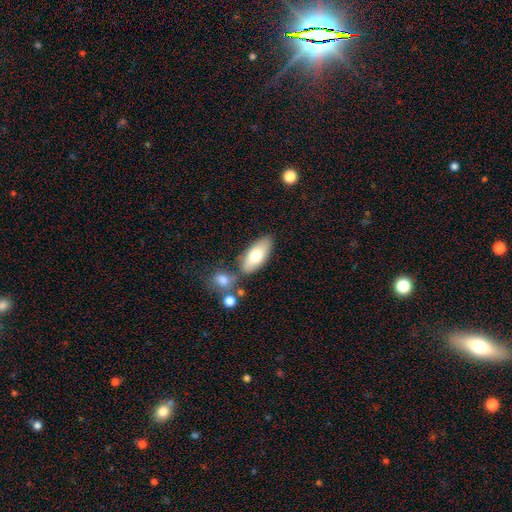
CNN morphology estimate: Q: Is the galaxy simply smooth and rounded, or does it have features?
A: smooth — 71%.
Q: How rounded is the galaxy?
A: in between — 84%.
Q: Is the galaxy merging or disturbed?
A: none — 72%.